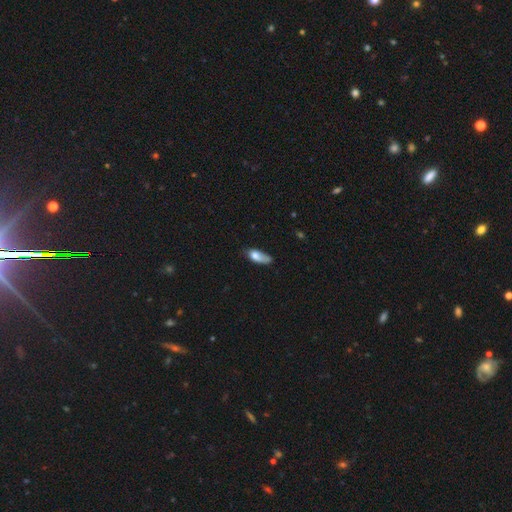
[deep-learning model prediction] Smooth or featured? smooth (73%)
How rounded? in between (79%)
Merging? minor disturbance (39%)